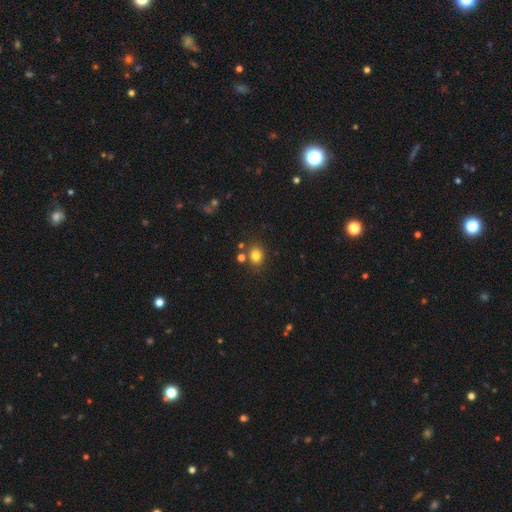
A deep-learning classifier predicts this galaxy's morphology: type=smooth (80%); roundness=round (67%); merging=none (76%).